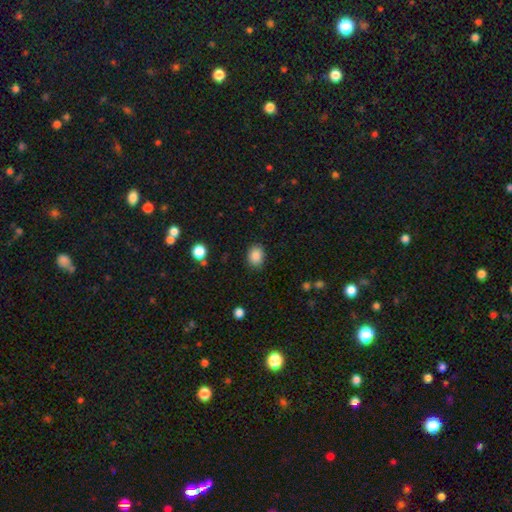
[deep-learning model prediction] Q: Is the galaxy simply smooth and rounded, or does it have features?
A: smooth — 87%.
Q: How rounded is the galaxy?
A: in between — 58%.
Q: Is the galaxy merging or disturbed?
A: none — 86%.